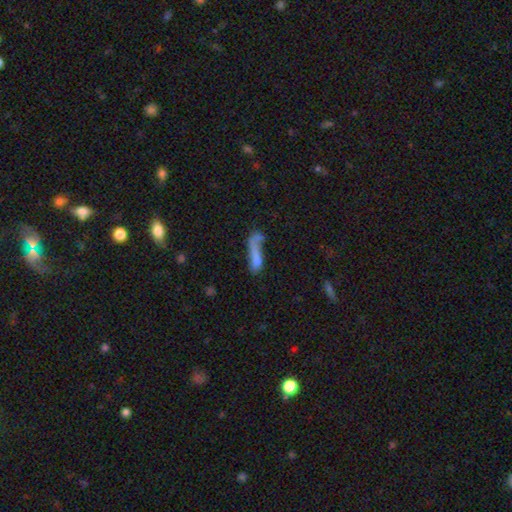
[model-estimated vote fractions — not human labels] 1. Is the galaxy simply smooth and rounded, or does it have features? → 58% smooth, 29% featured or disk, 13% star or artifact.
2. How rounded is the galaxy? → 64% cigar-shaped, 32% in between, 4% round.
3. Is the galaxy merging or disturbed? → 29% major disturbance, 28% merger, 27% none, 16% minor disturbance.